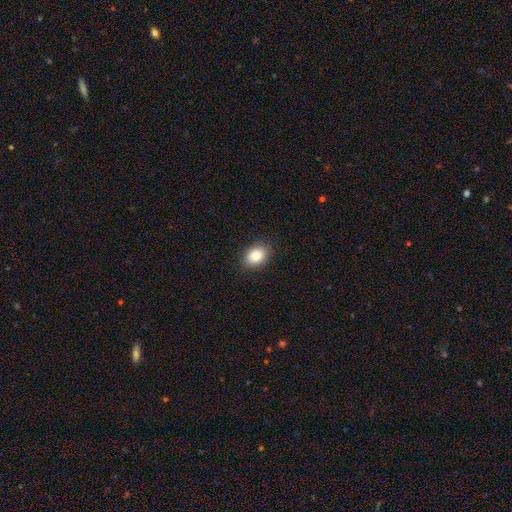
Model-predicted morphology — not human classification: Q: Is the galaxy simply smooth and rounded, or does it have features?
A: smooth — 85%.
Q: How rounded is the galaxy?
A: in between — 72%.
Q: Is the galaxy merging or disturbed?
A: none — 89%.